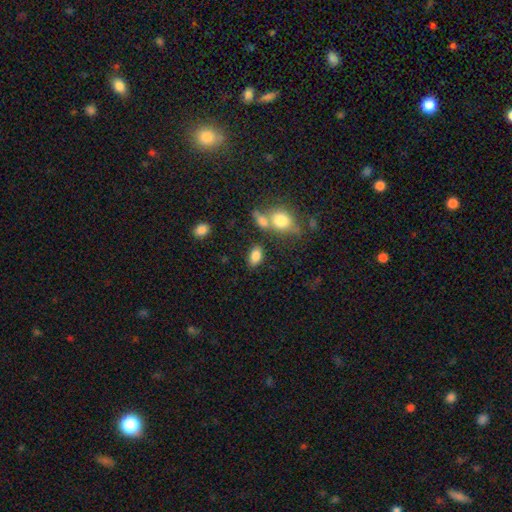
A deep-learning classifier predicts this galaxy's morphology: Q: Smooth or featured?
A: smooth (83%); runner-up: star or artifact (10%)
Q: How rounded?
A: in between (89%); runner-up: round (8%)
Q: Merging?
A: none (69%); runner-up: minor disturbance (13%)